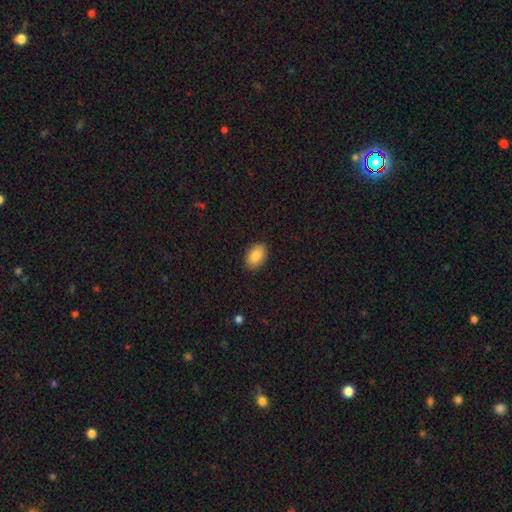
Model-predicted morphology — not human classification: Smooth or featured? Predicted: smooth (p=0.87). How rounded? Predicted: in between (p=0.91). Merging? Predicted: none (p=0.89).